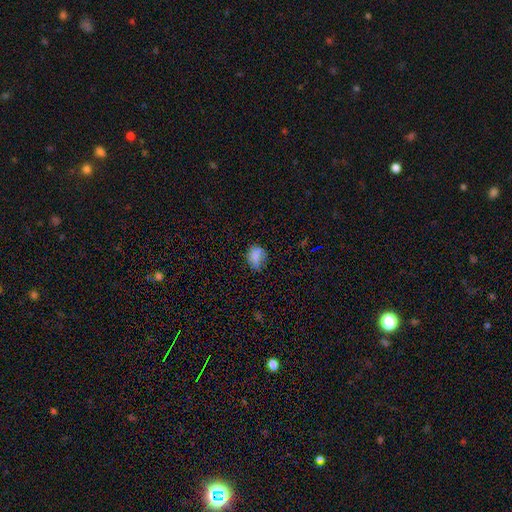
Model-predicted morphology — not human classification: smooth_or_featured: smooth (p=0.78) [alt: star or artifact p=0.11]
how_rounded: round (p=0.52) [alt: in between p=0.46]
merging: none (p=0.62) [alt: minor disturbance p=0.28]